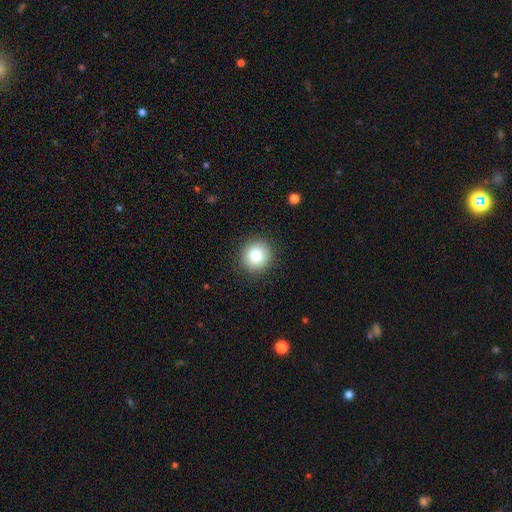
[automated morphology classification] This appears to be a smooth galaxy with no disk features (79%) that is round (92%). Merging: none (91%).